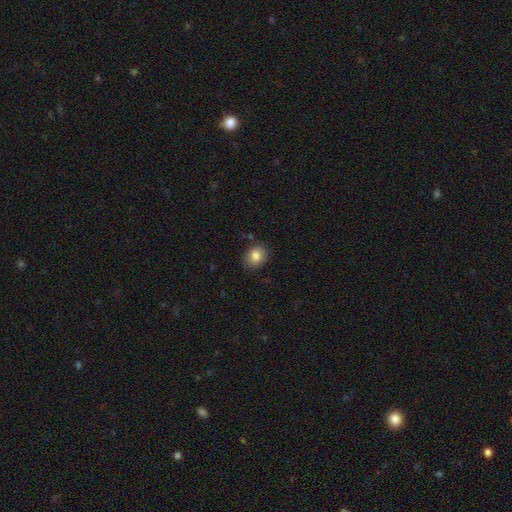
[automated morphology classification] This is clearly a smooth galaxy (83%). How rounded: possibly round (58%). Merging: clearly none (85%).